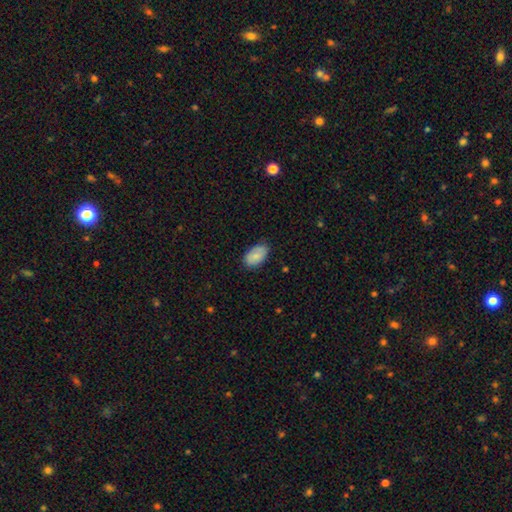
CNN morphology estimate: smooth 76%, featured or disk 17%, star or artifact 6%. Down the decision tree: how rounded — in between (92%); merging — none (76%).